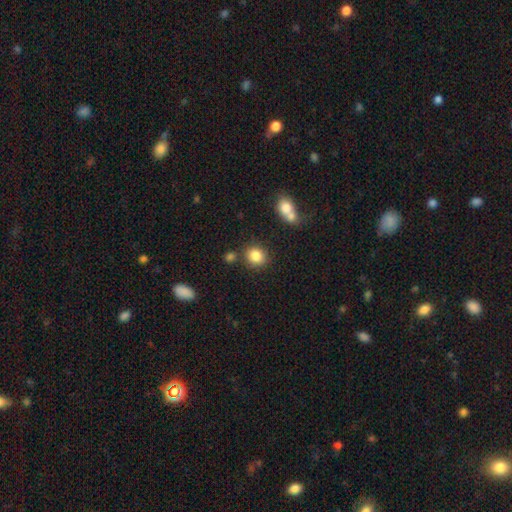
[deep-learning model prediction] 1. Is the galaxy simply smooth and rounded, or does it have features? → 84% smooth, 10% star or artifact, 6% featured or disk.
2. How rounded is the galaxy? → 72% round, 27% in between, 1% cigar-shaped.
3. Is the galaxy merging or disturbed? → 76% none, 11% minor disturbance, 10% merger, 4% major disturbance.